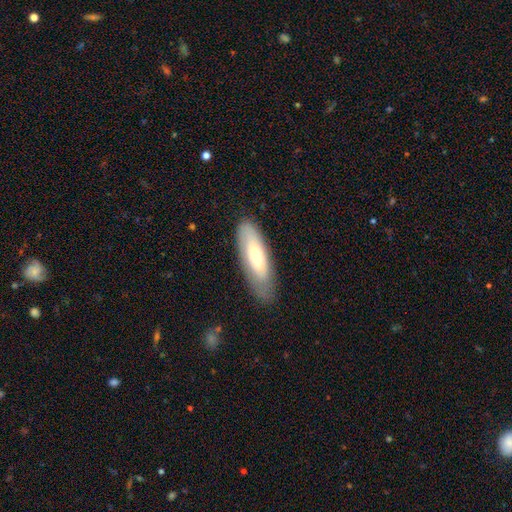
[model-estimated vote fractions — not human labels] Overall: smooth (64%; featured or disk 30%). How rounded: in between (56%; cigar-shaped 42%). Merging: none (76%).